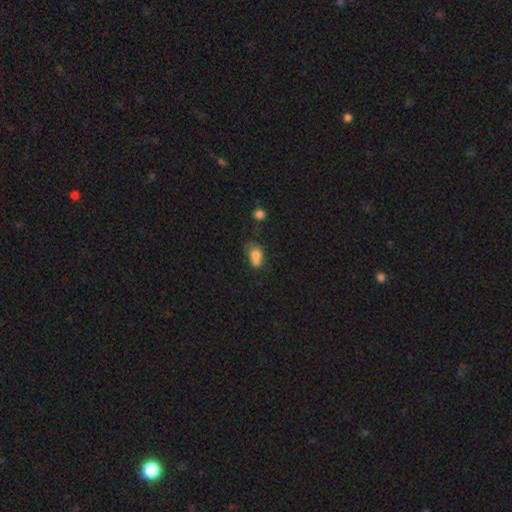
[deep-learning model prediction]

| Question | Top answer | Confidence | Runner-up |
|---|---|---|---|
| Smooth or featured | smooth | 73% | featured or disk (16%) |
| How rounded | in between | 52% | round (46%) |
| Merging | merger | 49% | none (27%) |